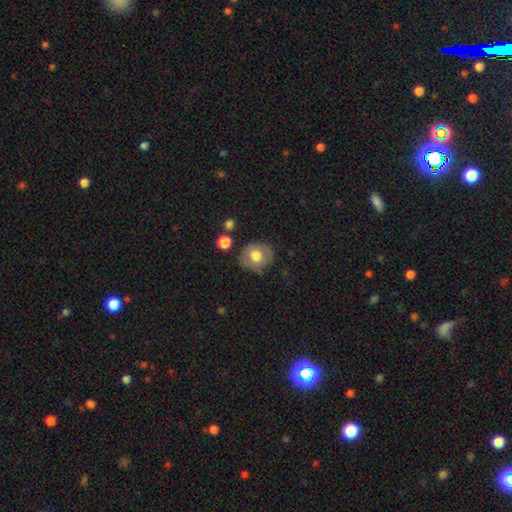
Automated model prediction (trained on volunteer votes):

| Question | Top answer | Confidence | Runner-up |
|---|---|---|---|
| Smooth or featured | smooth | 70% | featured or disk (22%) |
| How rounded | round | 74% | in between (25%) |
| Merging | none | 72% | minor disturbance (19%) |